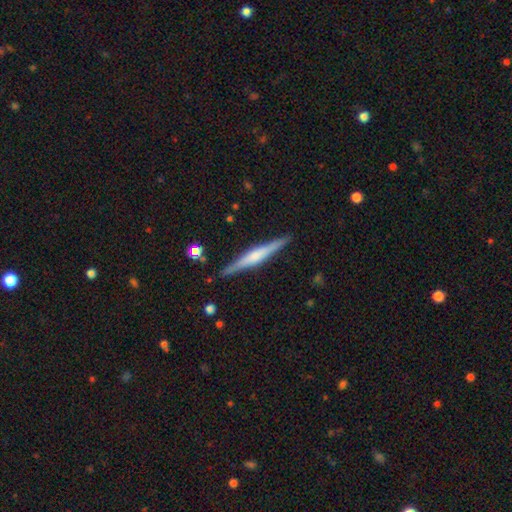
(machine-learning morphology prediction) This appears to be a featured or disk galaxy (65%) viewed edge-on (98%) with a rounded central bulge (53%). Merging: none (89%).